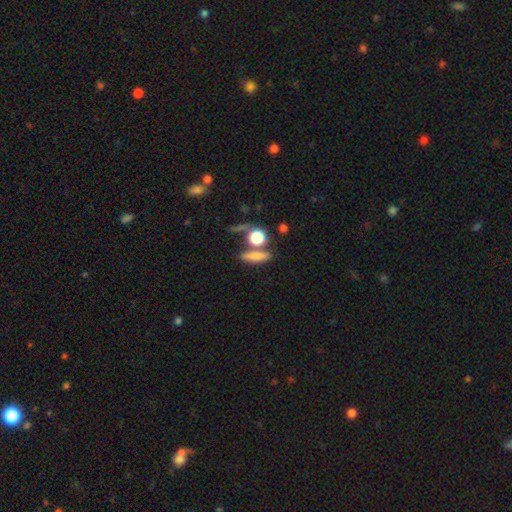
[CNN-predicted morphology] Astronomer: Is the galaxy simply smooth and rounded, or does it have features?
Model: smooth — 72%.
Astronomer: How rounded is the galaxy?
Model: cigar-shaped — 54%.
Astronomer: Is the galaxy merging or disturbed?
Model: none — 65%.